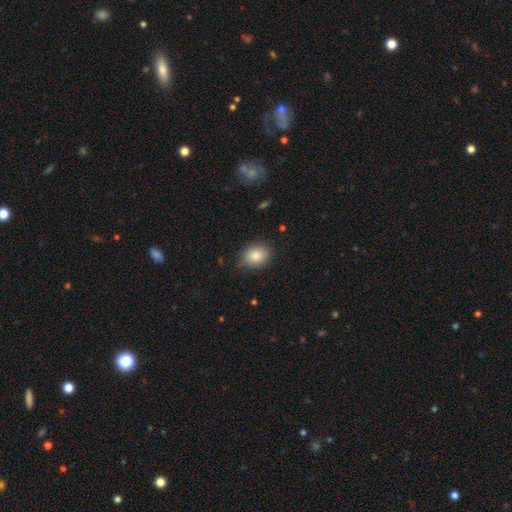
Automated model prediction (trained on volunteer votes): A smooth galaxy with no disk features (85%) that is in between round and cigar-shaped (53%).

Vote fractions:
- Smooth or featured? smooth: 85% / star or artifact: 8% / featured or disk: 7%
- How rounded? in between: 53% / round: 46% / cigar-shaped: 1%
- Merging? none: 79% / minor disturbance: 16% / major disturbance: 3% / merger: 1%